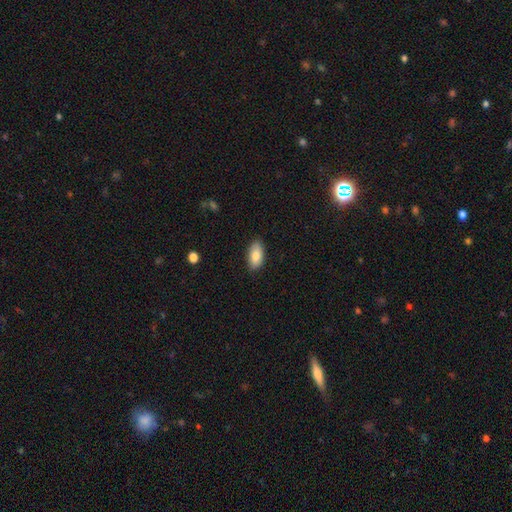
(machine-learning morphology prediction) Smooth or featured: smooth — 84% (featured or disk — 9%)
How rounded: in between — 92% (cigar-shaped — 5%)
Merging: none — 86% (minor disturbance — 11%)